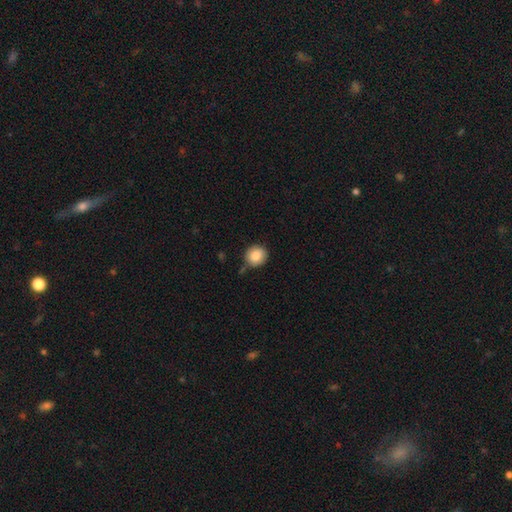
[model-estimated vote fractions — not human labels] This is clearly a smooth galaxy (85%). How rounded: clearly round (89%). Merging: likely none (79%).